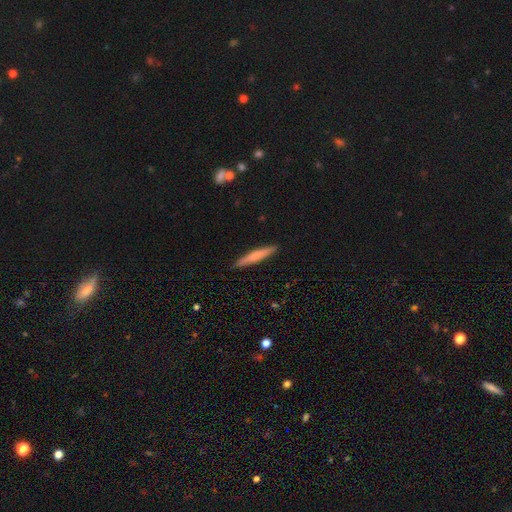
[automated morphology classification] Smooth or featured? Predicted: smooth (p=0.66). How rounded? Predicted: cigar-shaped (p=0.94). Merging? Predicted: none (p=0.91).